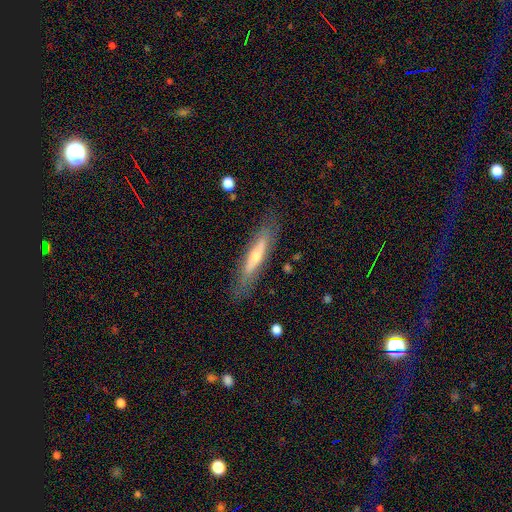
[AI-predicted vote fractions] smooth_or_featured: featured or disk (p=0.53) [alt: smooth p=0.41]
disk_edge_on: yes (p=0.71) [alt: no p=0.29]
merging: none (p=0.81) [alt: minor disturbance p=0.13]